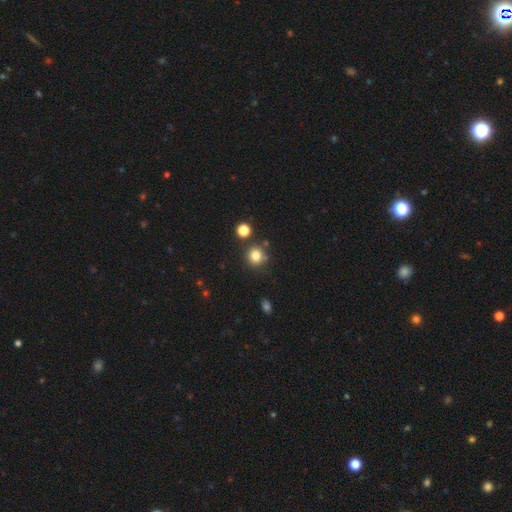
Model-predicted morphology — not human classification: Smooth or featured? smooth (82%)
How rounded? round (89%)
Merging? none (79%)